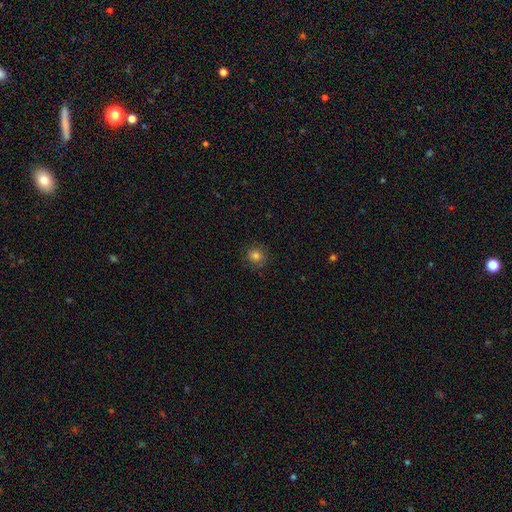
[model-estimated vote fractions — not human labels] This appears to be a smooth galaxy with no disk features (81%) that is round (86%). Merging: none (84%).